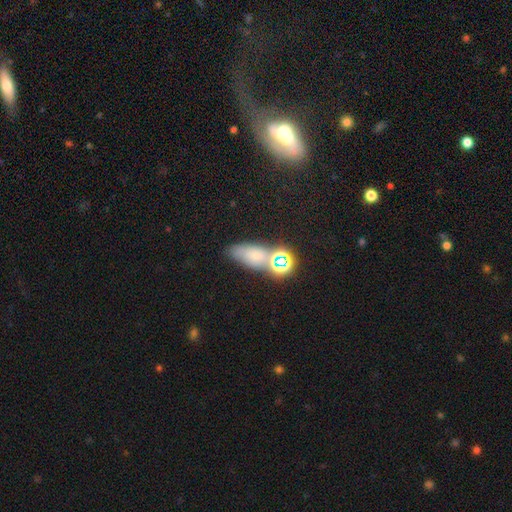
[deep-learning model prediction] Overall: smooth (62%; star or artifact 27%). How rounded: in between (71%). Merging: none (57%; merger 19%).